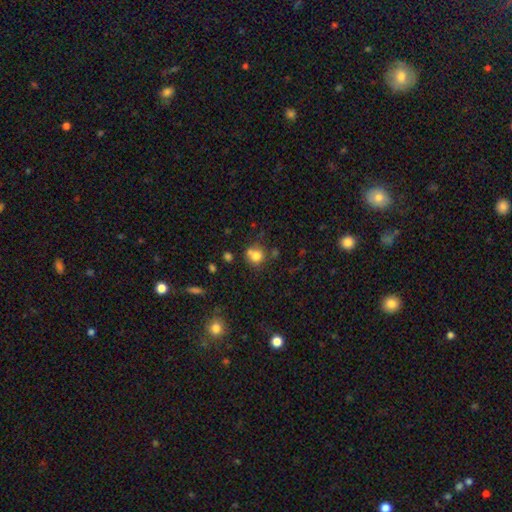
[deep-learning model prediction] This appears to be a smooth galaxy with no disk features (76%) that is round (84%). Merging: none (54%).